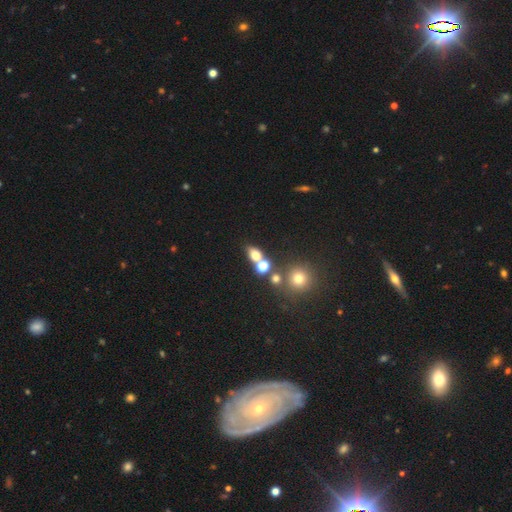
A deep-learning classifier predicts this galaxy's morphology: smooth 69%, star or artifact 19%, featured or disk 12%. Down the decision tree: how rounded — in between (63%); merging — none (53%).